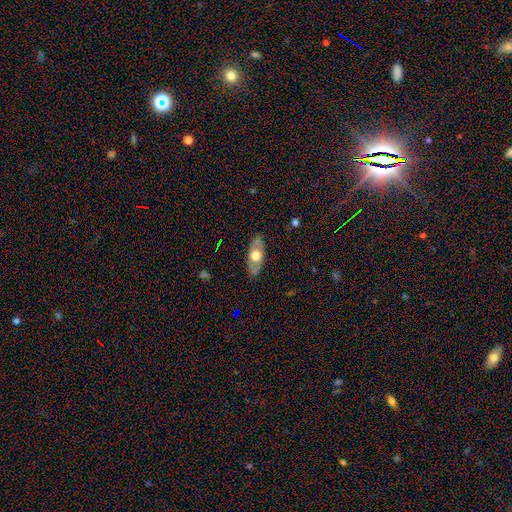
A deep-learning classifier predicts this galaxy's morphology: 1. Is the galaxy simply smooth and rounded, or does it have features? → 48% featured or disk, 47% smooth, 6% star or artifact.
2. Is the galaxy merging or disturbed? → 82% none, 13% minor disturbance, 3% major disturbance, 1% merger.